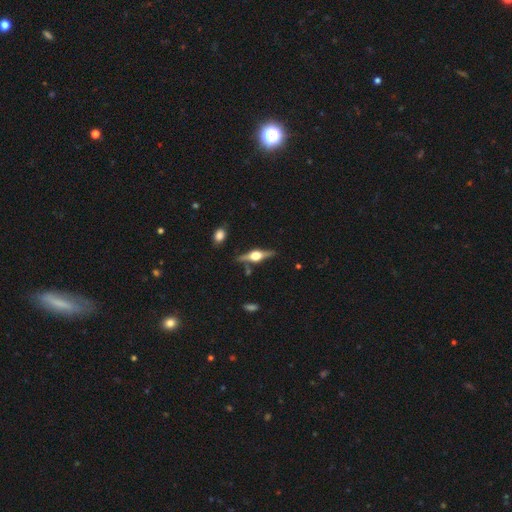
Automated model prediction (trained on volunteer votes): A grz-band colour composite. It shows a featured or disk galaxy (79%) viewed edge-on (97%) with a rounded central bulge (94%). Merging: none (83%).